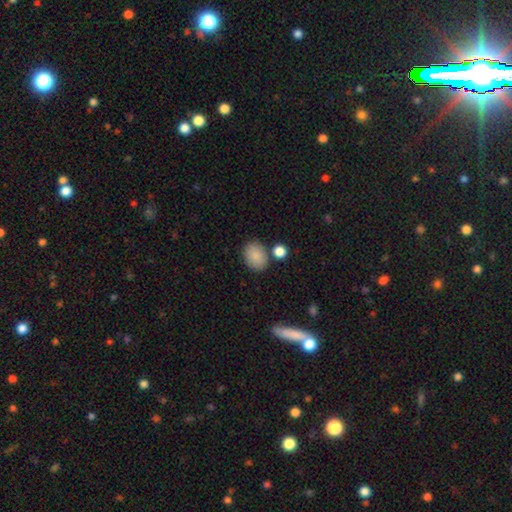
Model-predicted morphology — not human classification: A smooth galaxy with no disk features (87%) that is in between round and cigar-shaped (69%). Merging: none (78%).